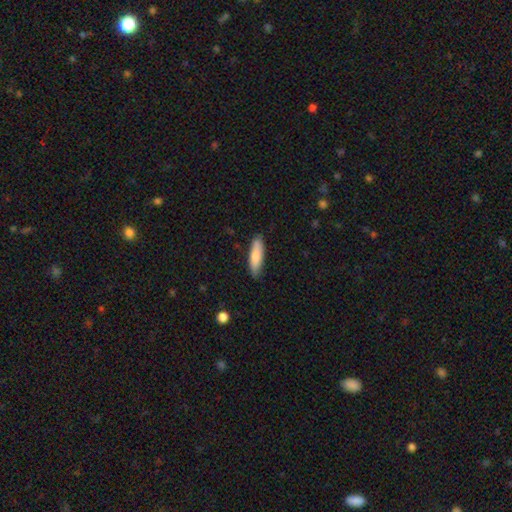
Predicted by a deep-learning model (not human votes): This appears to be a smooth galaxy with no disk features (77%) that is cigar-shaped (58%). Merging: none (82%).